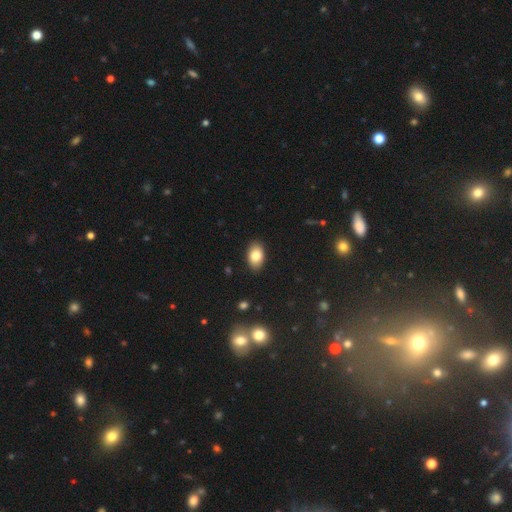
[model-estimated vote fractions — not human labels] Smooth or featured?
  - smooth: 82% *
  - featured or disk: 10%
  - star or artifact: 8%
How rounded?
  - in between: 90% *
  - round: 8%
  - cigar-shaped: 1%
Merging?
  - none: 88% *
  - minor disturbance: 9%
  - major disturbance: 2%
  - merger: 1%